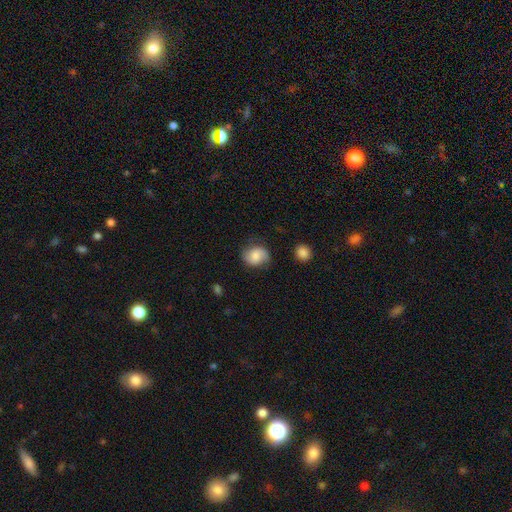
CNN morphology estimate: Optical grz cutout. It shows a smooth galaxy with no disk features (69%) that is round (56%). Merging: none (67%).